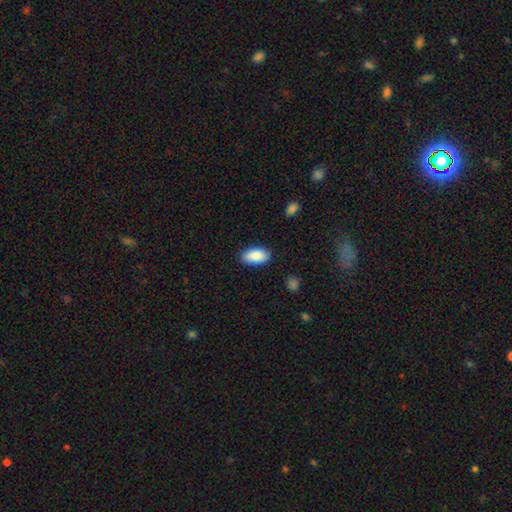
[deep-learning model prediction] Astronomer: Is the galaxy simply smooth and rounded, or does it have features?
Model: smooth — 89%.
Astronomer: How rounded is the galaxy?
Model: in between — 94%.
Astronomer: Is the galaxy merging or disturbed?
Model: none — 86%.